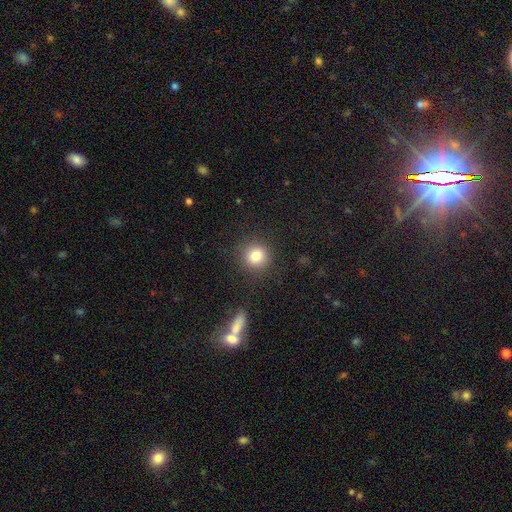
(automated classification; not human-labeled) A smooth galaxy with no disk features (83%) that is round (91%). Merging: none (87%).